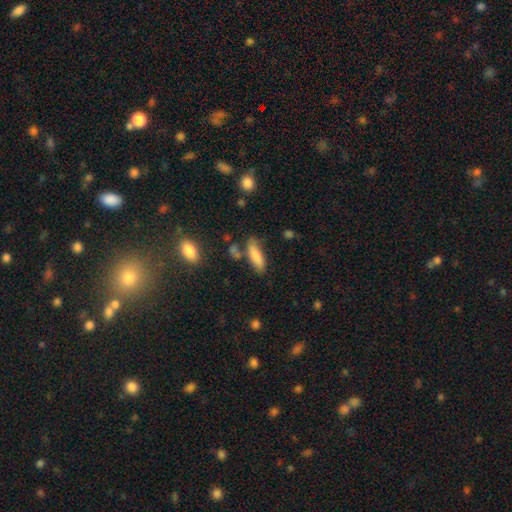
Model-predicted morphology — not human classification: Smooth or featured? smooth (81%)
How rounded? in between (52%)
Merging? none (65%)